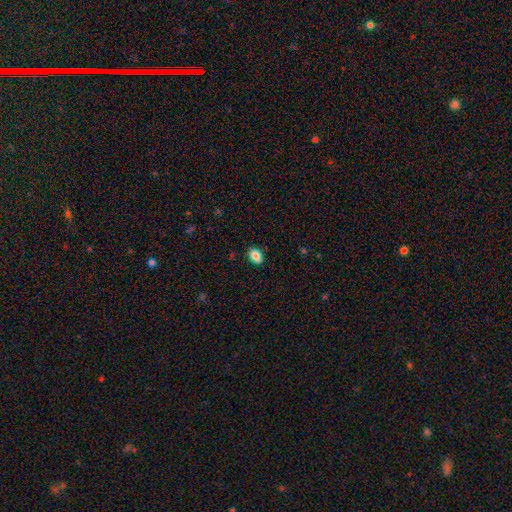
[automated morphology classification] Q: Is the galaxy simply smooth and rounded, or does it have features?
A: smooth — 86%.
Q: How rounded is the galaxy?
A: in between — 86%.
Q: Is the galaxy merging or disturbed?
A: none — 86%.